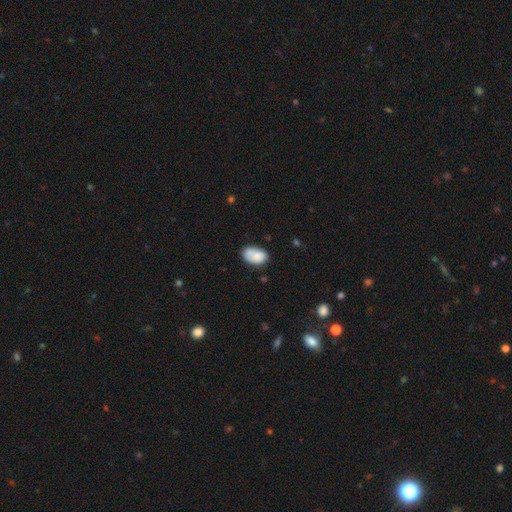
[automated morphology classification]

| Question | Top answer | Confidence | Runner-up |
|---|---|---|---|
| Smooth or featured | smooth | 78% | featured or disk (15%) |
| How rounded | in between | 90% | round (9%) |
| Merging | none | 57% | minor disturbance (25%) |